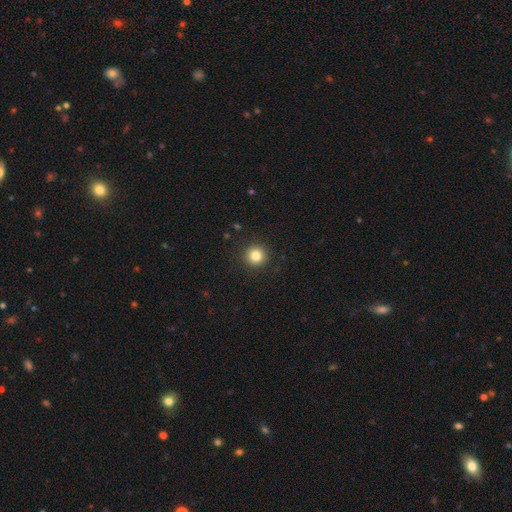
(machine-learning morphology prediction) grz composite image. It shows a smooth galaxy with no disk features (82%) that is round (95%). Merging: none (92%).